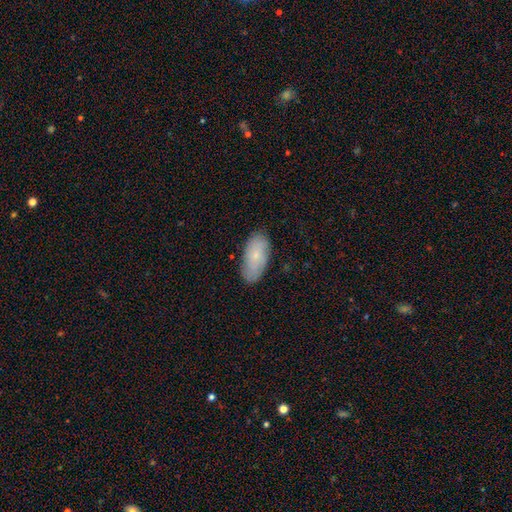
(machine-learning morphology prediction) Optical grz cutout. It shows a smooth galaxy with no disk features (73%) that is in between round and cigar-shaped (91%). Merging: none (82%).